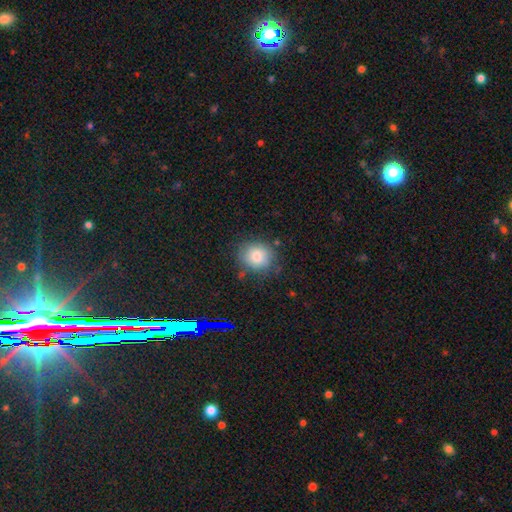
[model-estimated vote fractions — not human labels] smooth_or_featured: smooth (p=0.80) [alt: star or artifact p=0.11]
how_rounded: round (p=0.76) [alt: in between p=0.23]
merging: none (p=0.78) [alt: minor disturbance p=0.16]